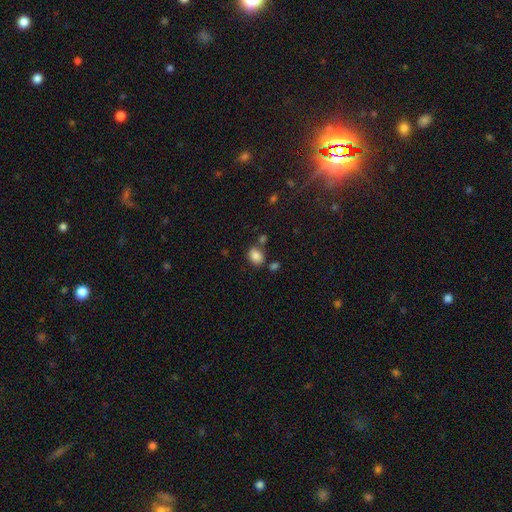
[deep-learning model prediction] Q: Smooth or featured?
A: smooth (84%); runner-up: star or artifact (10%)
Q: How rounded?
A: in between (59%); runner-up: round (40%)
Q: Merging?
A: none (67%); runner-up: minor disturbance (15%)